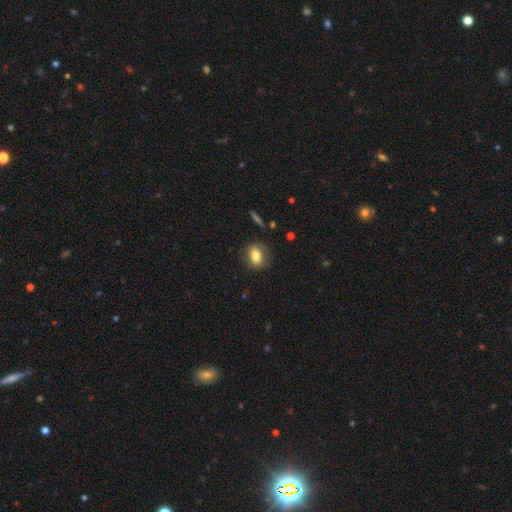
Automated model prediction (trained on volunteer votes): Smooth or featured?
  - smooth: 75% *
  - featured or disk: 17%
  - star or artifact: 8%
How rounded?
  - in between: 68% *
  - round: 27%
  - cigar-shaped: 5%
Merging?
  - none: 81% *
  - minor disturbance: 14%
  - major disturbance: 4%
  - merger: 1%